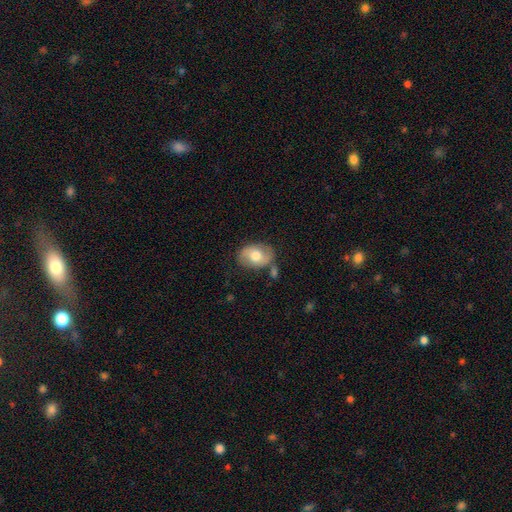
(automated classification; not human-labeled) smooth 57%, featured or disk 36%, star or artifact 7%. Down the decision tree: how rounded — in between (77%); merging — none (66%).